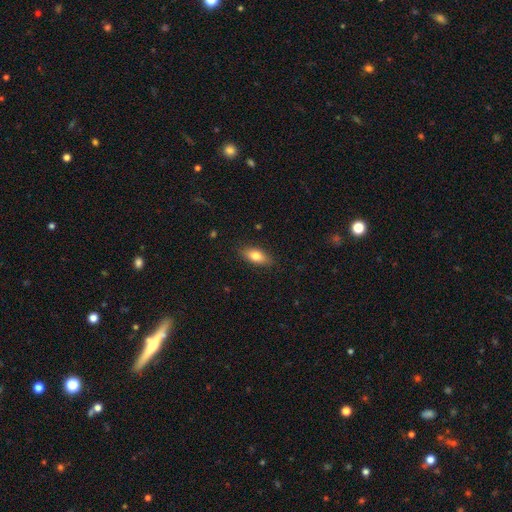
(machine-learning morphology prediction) This is likely a smooth galaxy (77%). How rounded: clearly in between (81%). Merging: clearly none (87%).